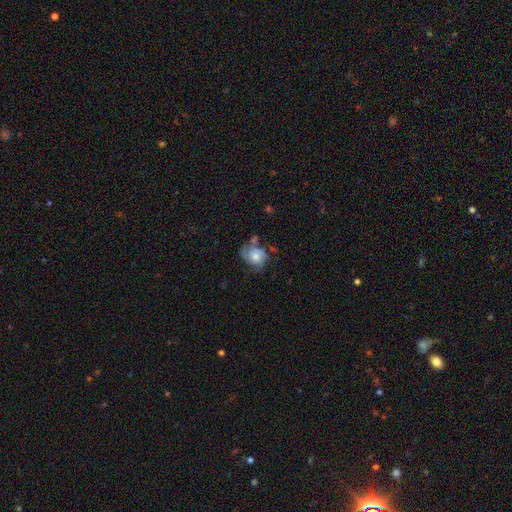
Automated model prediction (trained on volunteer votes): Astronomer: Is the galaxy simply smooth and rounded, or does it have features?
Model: featured or disk — 59%.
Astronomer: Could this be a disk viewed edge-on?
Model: no — 97%.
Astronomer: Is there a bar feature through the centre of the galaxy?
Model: no — 78%.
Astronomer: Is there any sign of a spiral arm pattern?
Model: yes — 83%.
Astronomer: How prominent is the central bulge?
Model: moderate — 52% (runner-up: small, 34%).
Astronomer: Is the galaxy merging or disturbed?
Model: none — 45% (runner-up: minor disturbance, 26%).